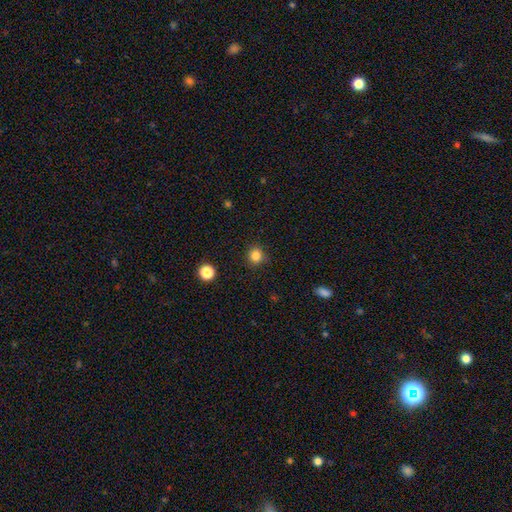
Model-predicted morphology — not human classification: smooth 83%, star or artifact 13%, featured or disk 4%. Down the decision tree: how rounded — round (89%); merging — none (88%).